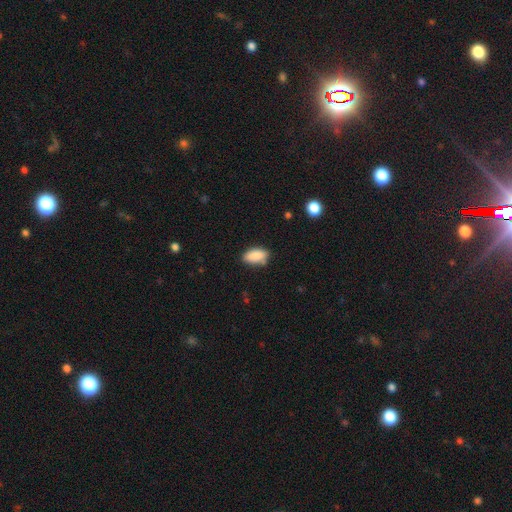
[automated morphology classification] Smooth or featured: smooth — 88% (star or artifact — 7%)
How rounded: in between — 92% (cigar-shaped — 5%)
Merging: none — 78% (minor disturbance — 17%)